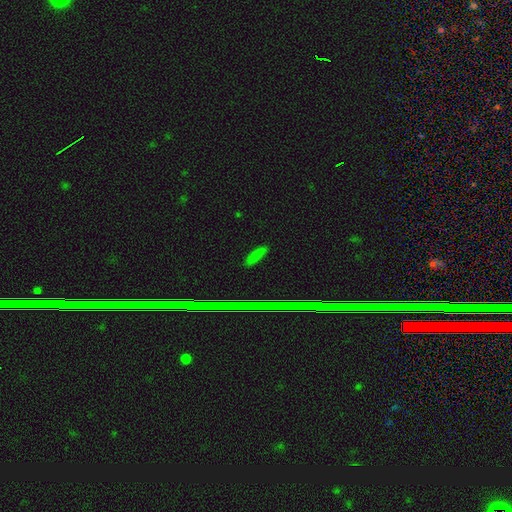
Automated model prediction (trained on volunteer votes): Morphology: type=smooth (61%); roundness=cigar-shaped (63%); merging=none (85%).